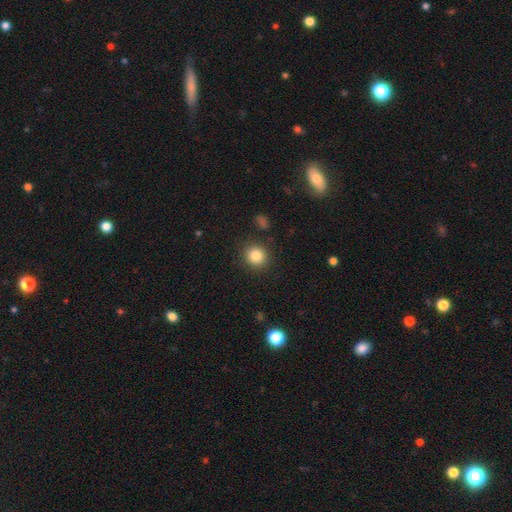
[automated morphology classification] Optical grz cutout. It shows a smooth galaxy with no disk features (84%) that is round (87%). Merging: none (89%).